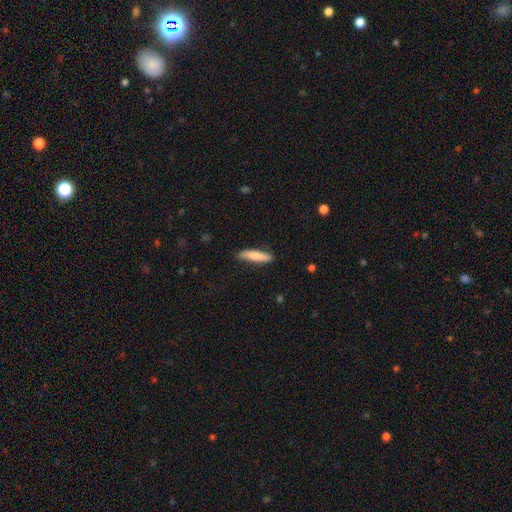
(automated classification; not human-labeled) The model was most divided on "how rounded": cigar-shaped: 79%, in between: 20%, round: 1%. More confident: merging — none (83%); smooth or featured — smooth (82%).